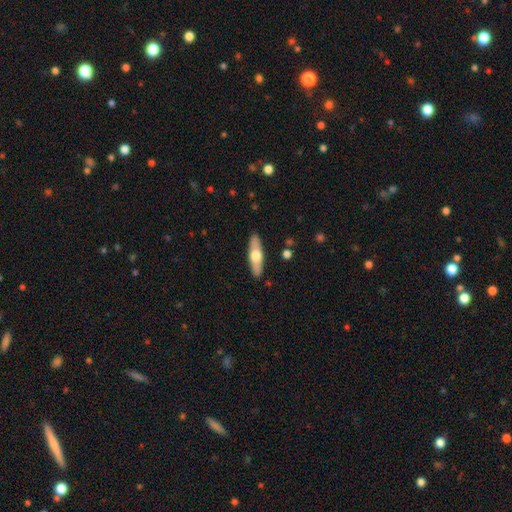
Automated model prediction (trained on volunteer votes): The model was most divided on "smooth or featured": smooth: 53%, featured or disk: 42%, star or artifact: 5%. More confident: merging — none (89%); how rounded — cigar-shaped (58%).